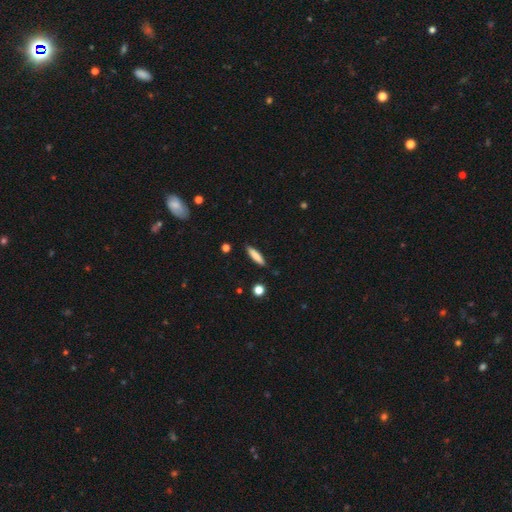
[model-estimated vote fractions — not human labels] The model was most divided on "how rounded": cigar-shaped: 80%, in between: 18%, round: 2%. More confident: merging — none (88%); smooth or featured — smooth (80%).